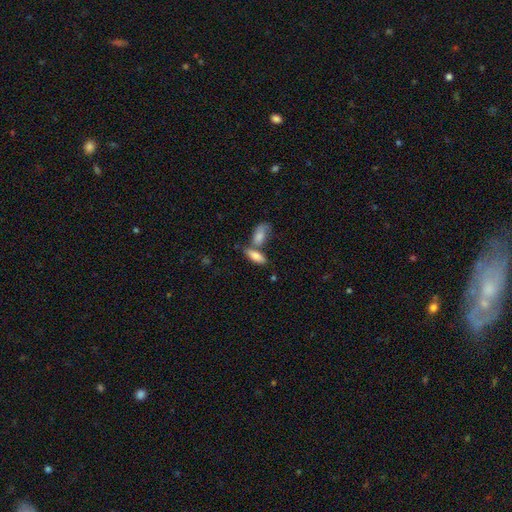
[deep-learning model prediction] A smooth galaxy with no disk features (79%) that is in between round and cigar-shaped (75%). Merging: none (43%).